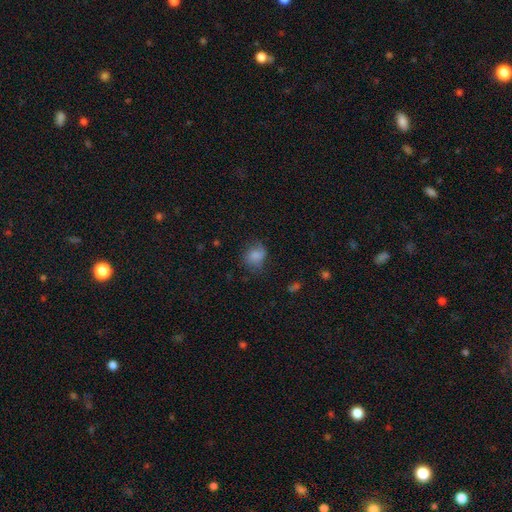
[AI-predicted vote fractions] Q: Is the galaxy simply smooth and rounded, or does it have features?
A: smooth — 78%.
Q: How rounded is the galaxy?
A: round — 51%.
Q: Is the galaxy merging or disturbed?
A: none — 56%.